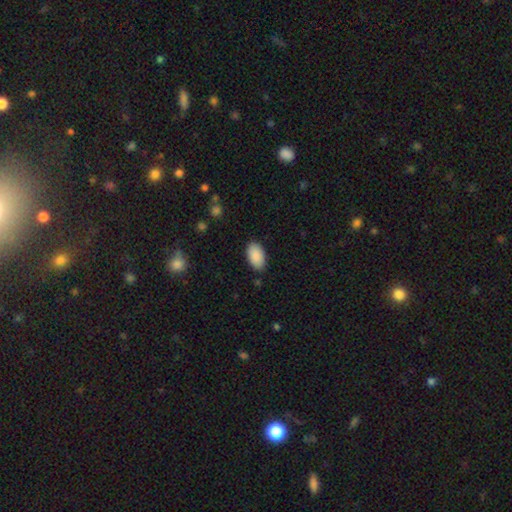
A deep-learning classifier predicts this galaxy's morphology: Smooth or featured? smooth (90%)
How rounded? in between (95%)
Merging? none (87%)